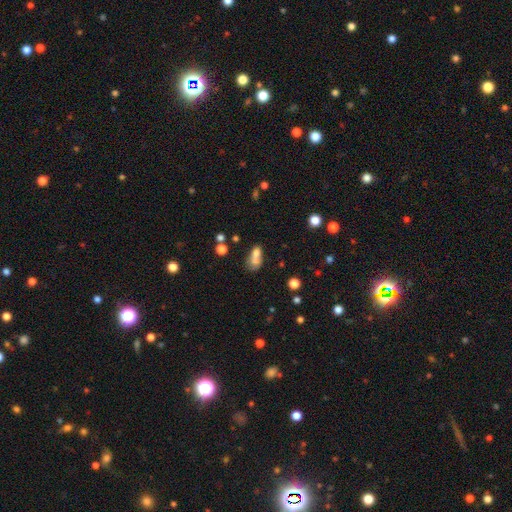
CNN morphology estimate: smooth_or_featured: smooth (p=0.71) [alt: featured or disk p=0.16]
how_rounded: in between (p=0.74) [alt: round p=0.16]
merging: merger (p=0.45) [alt: none p=0.28]